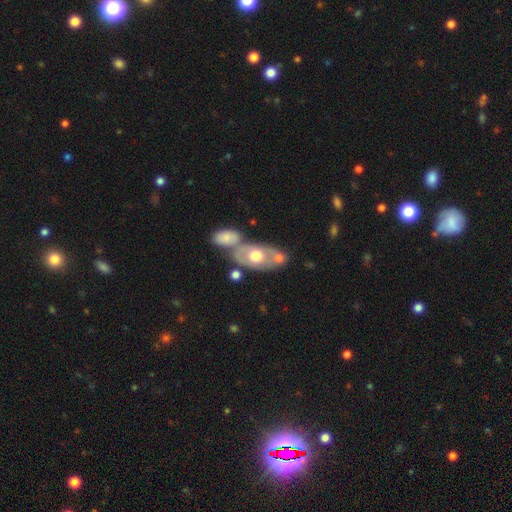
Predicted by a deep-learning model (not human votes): A featured or disk galaxy (51%).

Vote fractions:
- Smooth or featured? featured or disk: 51% / smooth: 42% / star or artifact: 6%
- Edge-on disk? no: 86% / yes: 14%
- Merging? none: 45% / merger: 35% / minor disturbance: 14% / major disturbance: 6%